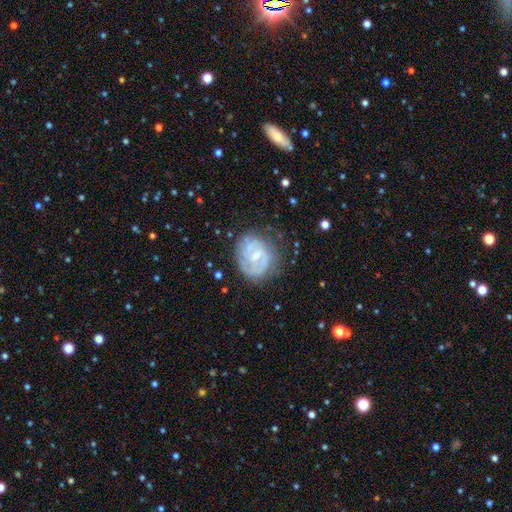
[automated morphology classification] type=featured or disk (73%); edge-on=no (97%); bar=weak (46%); spiral arms=yes (81%); winding=tight (53%); arm count=can't tell (37%, tied with 2); bulge=small (58%); merging=none (65%).